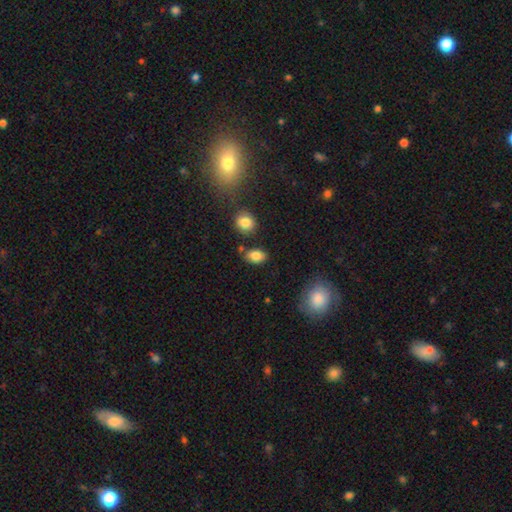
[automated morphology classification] A smooth galaxy with no disk features (84%) that is in between round and cigar-shaped (81%).

Vote fractions:
- Smooth or featured? smooth: 84% / star or artifact: 9% / featured or disk: 7%
- How rounded? in between: 81% / round: 17% / cigar-shaped: 2%
- Merging? none: 77% / minor disturbance: 13% / merger: 7% / major disturbance: 3%